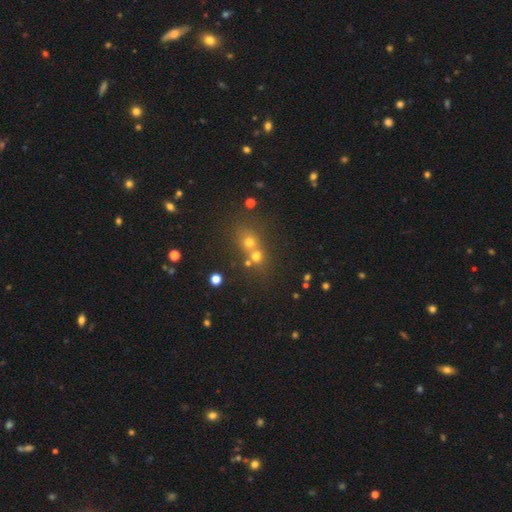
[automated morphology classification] This is possibly a smooth galaxy (56%). How rounded: likely round (80%). Merging: possibly merger (49%).